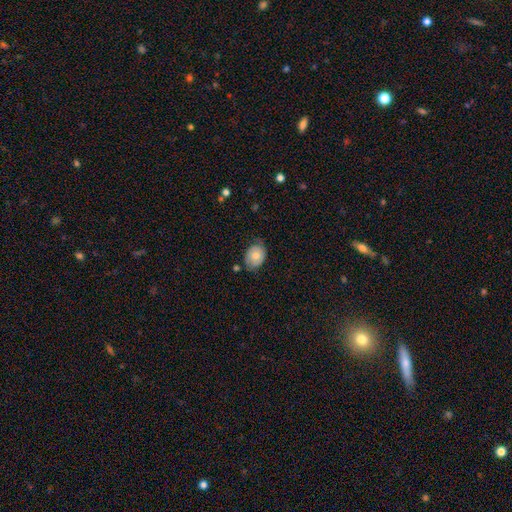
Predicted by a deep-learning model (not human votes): Q: Smooth or featured?
A: smooth (52%); runner-up: featured or disk (41%)
Q: How rounded?
A: in between (67%); runner-up: round (32%)
Q: Merging?
A: none (62%); runner-up: minor disturbance (28%)